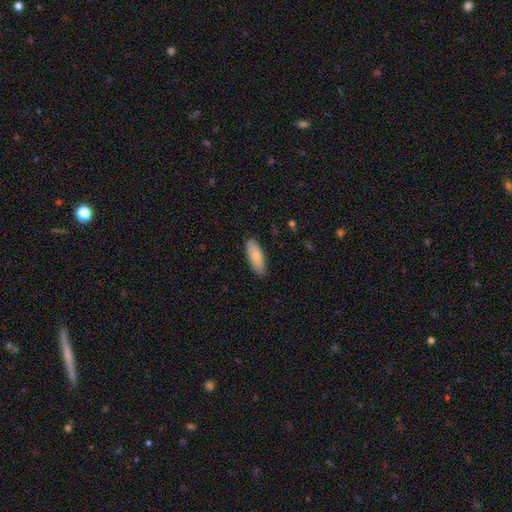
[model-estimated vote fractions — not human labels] Smooth or featured? Predicted: smooth (p=0.83). How rounded? Predicted: in between (p=0.66). Merging? Predicted: none (p=0.86).